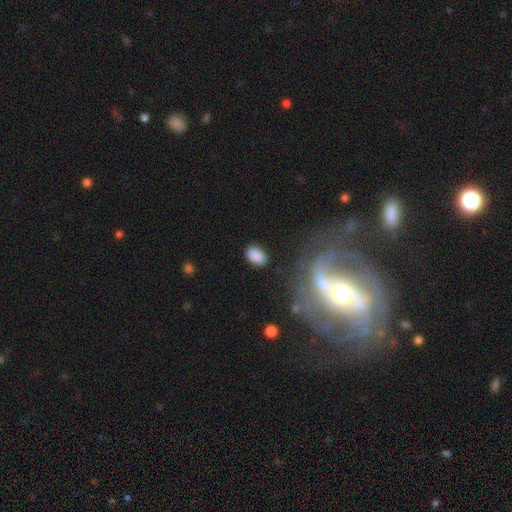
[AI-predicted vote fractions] Smooth or featured? Predicted: smooth (p=0.87). How rounded? Predicted: in between (p=0.88). Merging? Predicted: none (p=0.82).